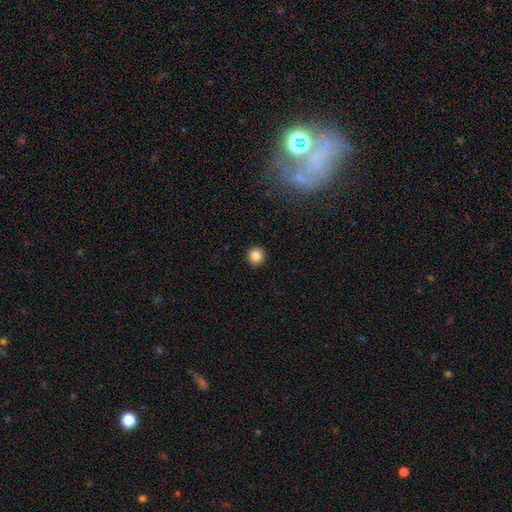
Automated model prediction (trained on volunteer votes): Overall: smooth (85%). How rounded: round (94%). Merging: none (93%).